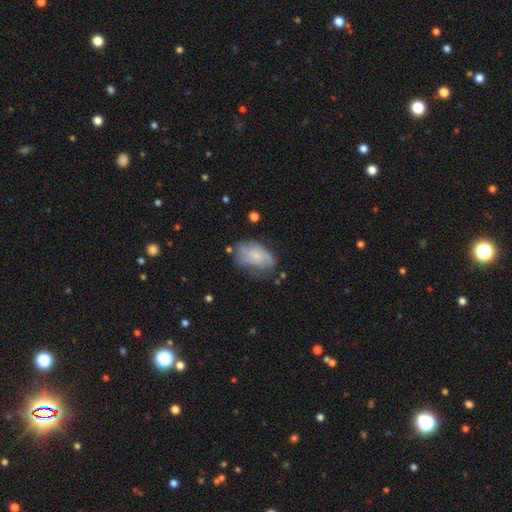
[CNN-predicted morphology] Q: Smooth or featured?
A: featured or disk (48%); runner-up: smooth (44%)
Q: Merging?
A: none (50%); runner-up: minor disturbance (30%)